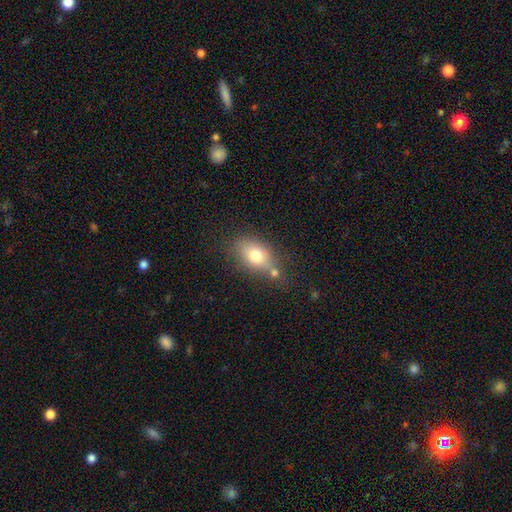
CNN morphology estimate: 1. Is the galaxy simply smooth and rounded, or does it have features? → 74% smooth, 17% featured or disk, 10% star or artifact.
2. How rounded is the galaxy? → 79% in between, 18% round, 3% cigar-shaped.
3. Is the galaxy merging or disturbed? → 53% none, 23% merger, 18% minor disturbance, 7% major disturbance.